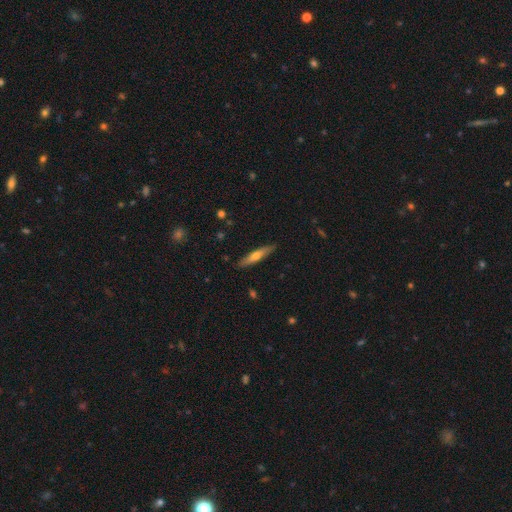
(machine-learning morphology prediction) Q: Smooth or featured?
A: smooth (49%); runner-up: featured or disk (45%)
Q: Merging?
A: none (88%); runner-up: minor disturbance (9%)